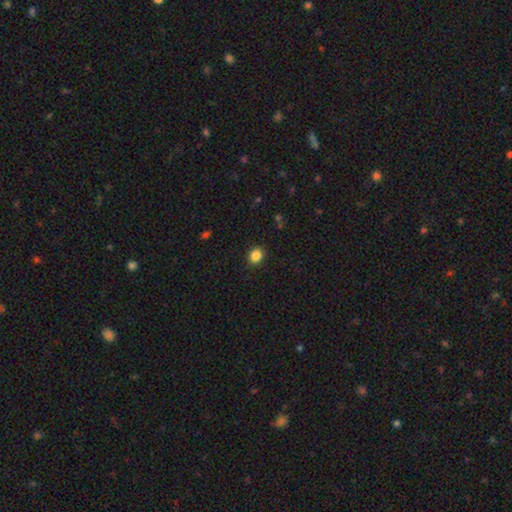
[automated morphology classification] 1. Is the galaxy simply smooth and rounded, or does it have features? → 86% smooth, 11% star or artifact, 4% featured or disk.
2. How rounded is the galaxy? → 71% round, 28% in between, 1% cigar-shaped.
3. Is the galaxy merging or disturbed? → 90% none, 7% minor disturbance, 2% major disturbance, 1% merger.